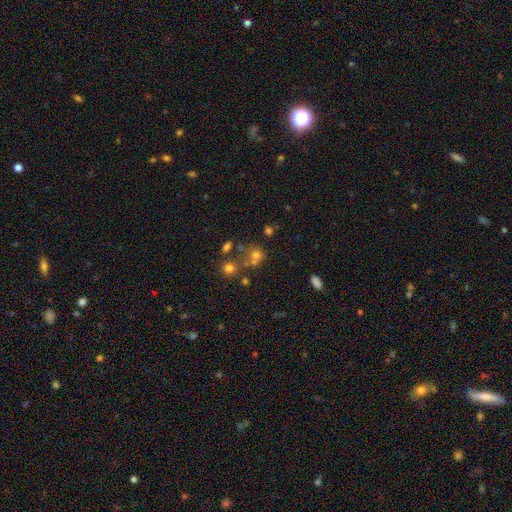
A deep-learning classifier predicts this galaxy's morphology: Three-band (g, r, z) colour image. It shows a smooth galaxy with no disk features (65%) that is round (78%). Merging: none (48%).